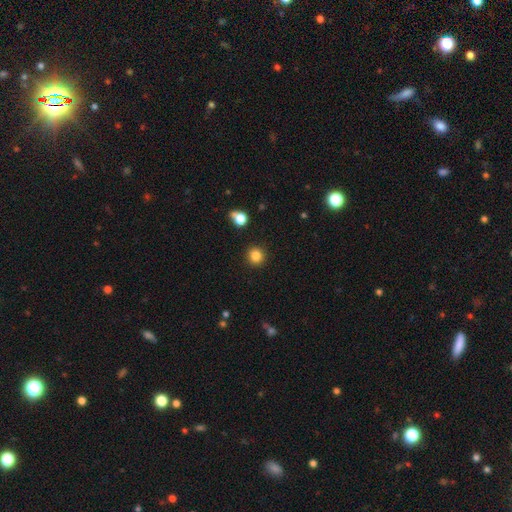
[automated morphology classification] A smooth galaxy with no disk features (85%) that is round (92%). Merging: none (91%).